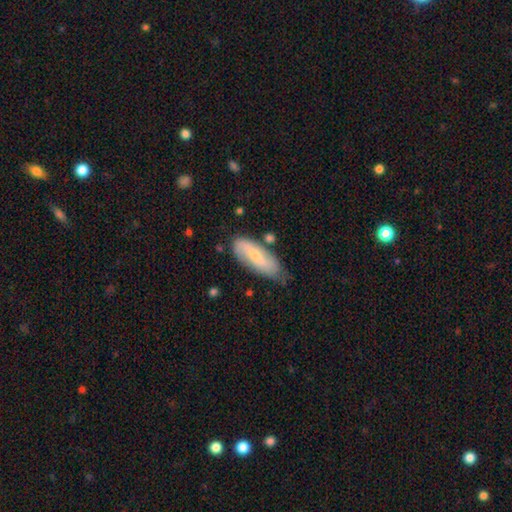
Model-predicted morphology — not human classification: smooth_or_featured: smooth (p=0.54) [alt: featured or disk p=0.40]
how_rounded: in between (p=0.64) [alt: cigar-shaped p=0.34]
merging: none (p=0.65) [alt: minor disturbance p=0.25]